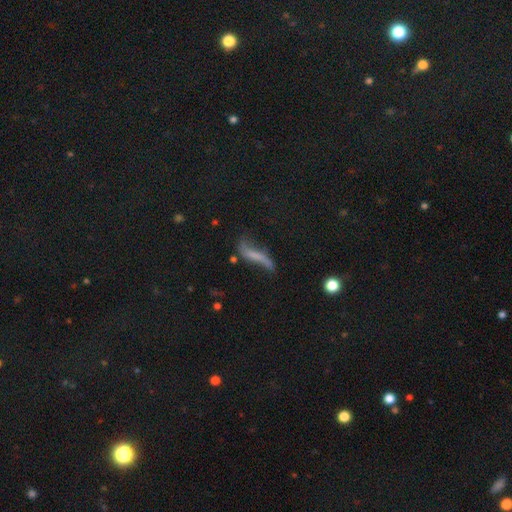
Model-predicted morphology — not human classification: smooth_or_featured: featured or disk (p=0.56) [alt: smooth p=0.33]
disk_edge_on: no (p=0.70) [alt: yes p=0.30]
merging: none (p=0.41) [alt: minor disturbance p=0.26]